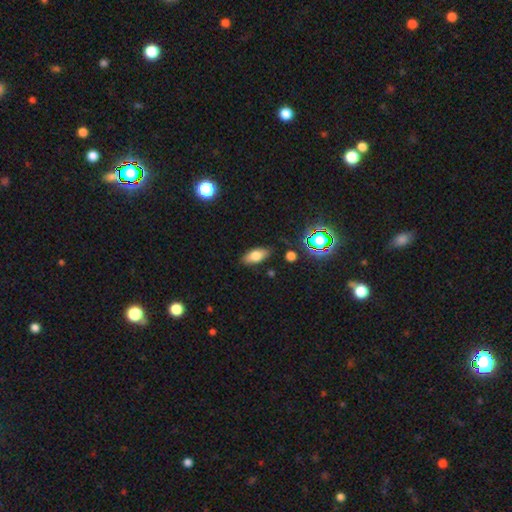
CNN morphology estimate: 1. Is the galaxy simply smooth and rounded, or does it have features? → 73% smooth, 15% featured or disk, 11% star or artifact.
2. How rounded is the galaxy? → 85% in between, 10% cigar-shaped, 4% round.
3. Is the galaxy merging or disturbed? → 84% none, 12% minor disturbance, 3% major disturbance, 2% merger.